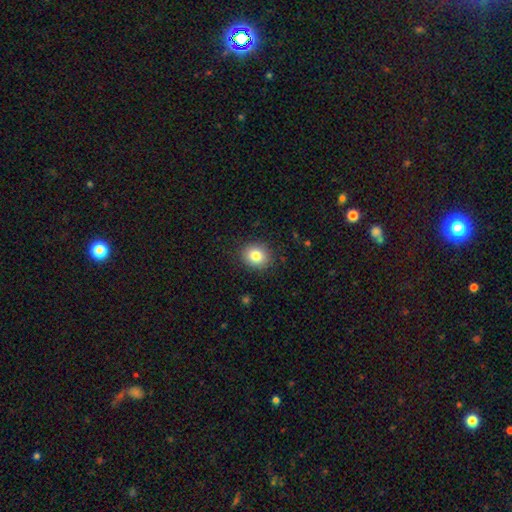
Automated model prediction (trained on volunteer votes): smooth 82%, star or artifact 10%, featured or disk 8%. Down the decision tree: how rounded — round (74%); merging — none (89%).